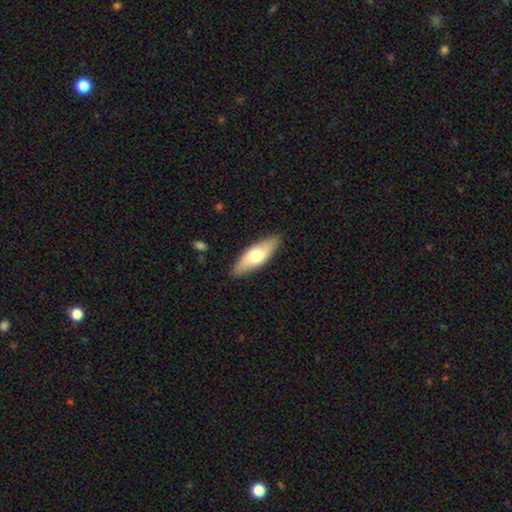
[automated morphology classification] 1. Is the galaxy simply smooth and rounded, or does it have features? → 65% smooth, 30% featured or disk, 5% star or artifact.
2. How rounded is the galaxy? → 63% in between, 35% cigar-shaped, 2% round.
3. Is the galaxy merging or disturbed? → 87% none, 10% minor disturbance, 2% major disturbance, 1% merger.